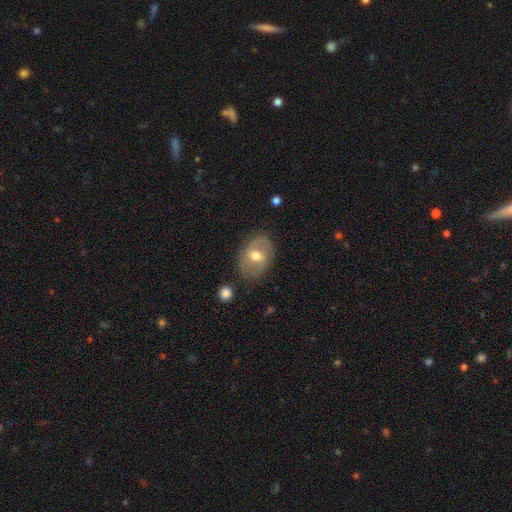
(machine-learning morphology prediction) Smooth or featured? featured or disk (51%)
Edge-on disk? no (93%)
Merging? none (78%)